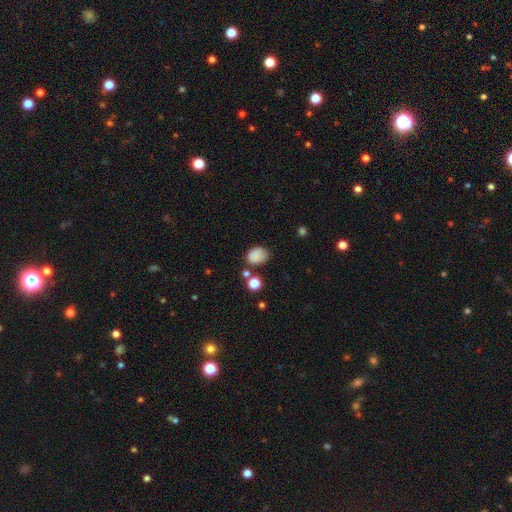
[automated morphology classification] Smooth or featured? smooth (84%)
How rounded? in between (63%)
Merging? none (65%)